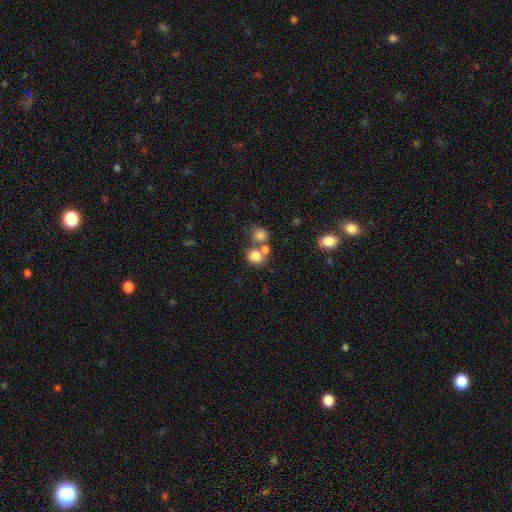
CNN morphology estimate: smooth_or_featured: smooth (p=0.78) [alt: star or artifact p=0.11]
how_rounded: round (p=0.64) [alt: in between p=0.35]
merging: merger (p=0.46) [alt: none p=0.39]